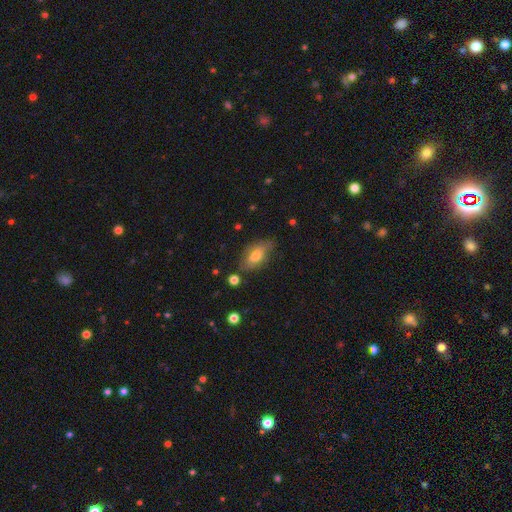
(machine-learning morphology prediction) Smooth or featured? smooth (66%)
How rounded? in between (85%)
Merging? none (67%)